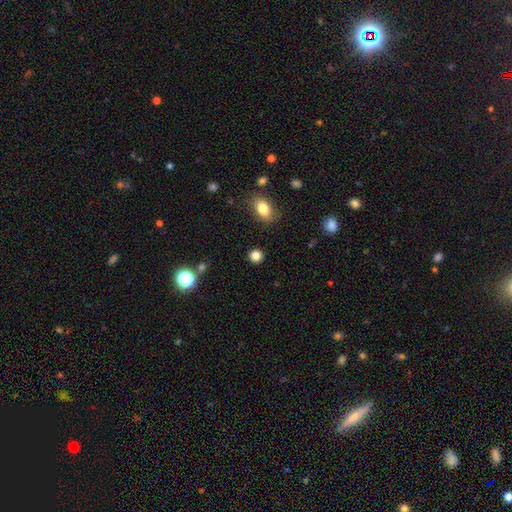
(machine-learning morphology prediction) This is clearly a smooth galaxy (83%). How rounded: clearly round (87%). Merging: clearly none (89%).